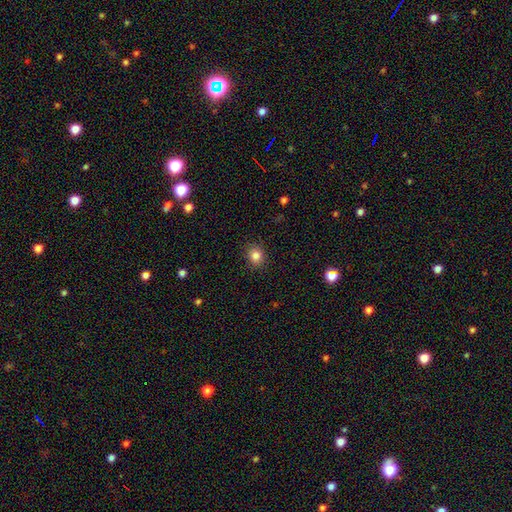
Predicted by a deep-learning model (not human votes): Overall: smooth (83%). How rounded: round (77%). Merging: none (88%).